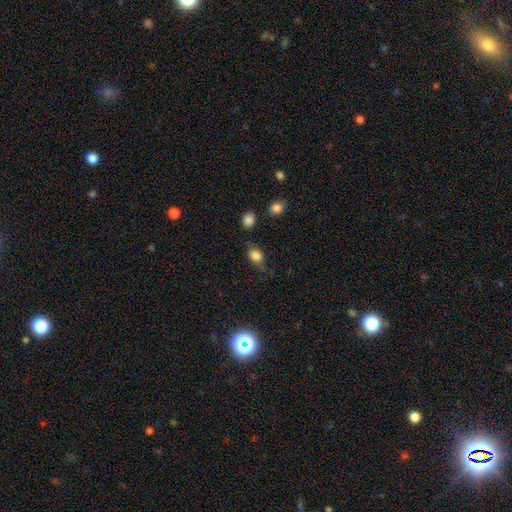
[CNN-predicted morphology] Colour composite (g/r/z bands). It shows a smooth galaxy with no disk features (82%) that is in between round and cigar-shaped (74%). Merging: none (59%).